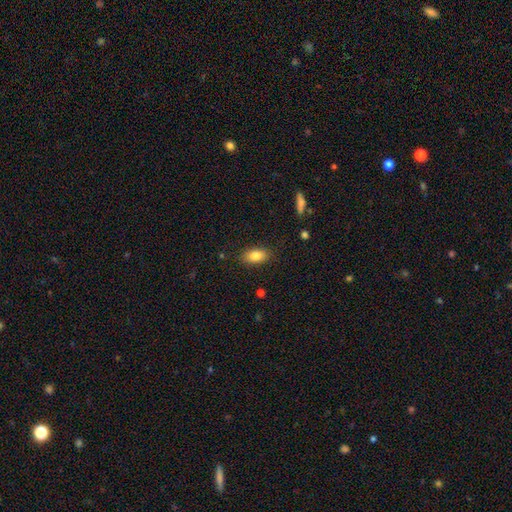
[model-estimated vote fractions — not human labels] Q: Smooth or featured?
A: smooth (83%); runner-up: featured or disk (9%)
Q: How rounded?
A: in between (89%); runner-up: round (6%)
Q: Merging?
A: none (86%); runner-up: minor disturbance (11%)